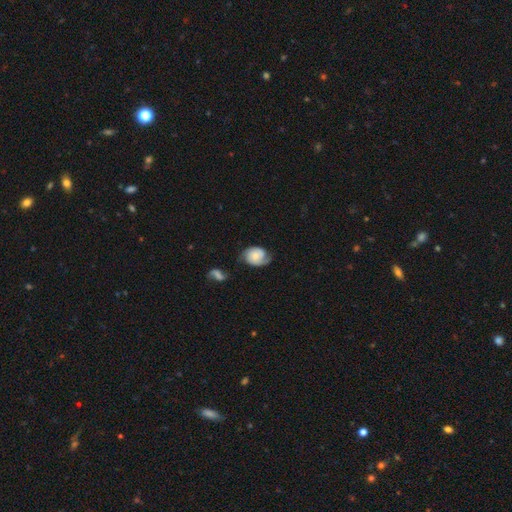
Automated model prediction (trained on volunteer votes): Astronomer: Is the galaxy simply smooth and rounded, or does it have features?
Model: featured or disk — 68%.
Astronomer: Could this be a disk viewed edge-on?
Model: no — 97%.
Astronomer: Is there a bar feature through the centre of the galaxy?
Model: no — 69%.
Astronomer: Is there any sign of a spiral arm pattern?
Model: yes — 92%.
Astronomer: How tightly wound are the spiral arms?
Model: tight — 45% (runner-up: medium, 38%).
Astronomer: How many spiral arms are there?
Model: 2 — 70%.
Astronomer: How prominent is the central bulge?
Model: small — 47% (runner-up: moderate, 39%).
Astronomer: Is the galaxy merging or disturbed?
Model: none — 55%.